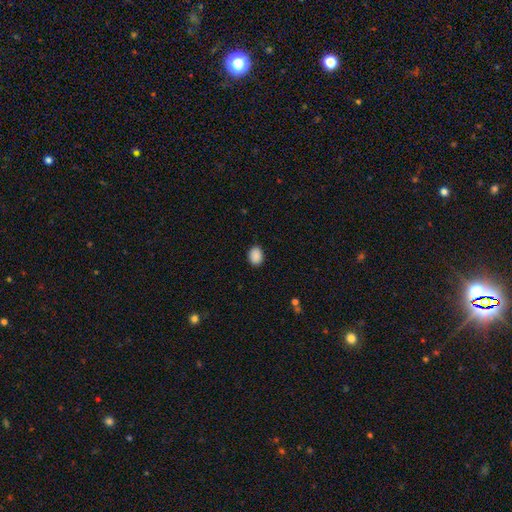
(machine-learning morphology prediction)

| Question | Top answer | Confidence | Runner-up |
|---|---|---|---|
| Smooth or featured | smooth | 89% | star or artifact (8%) |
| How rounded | in between | 70% | round (29%) |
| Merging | none | 88% | minor disturbance (8%) |